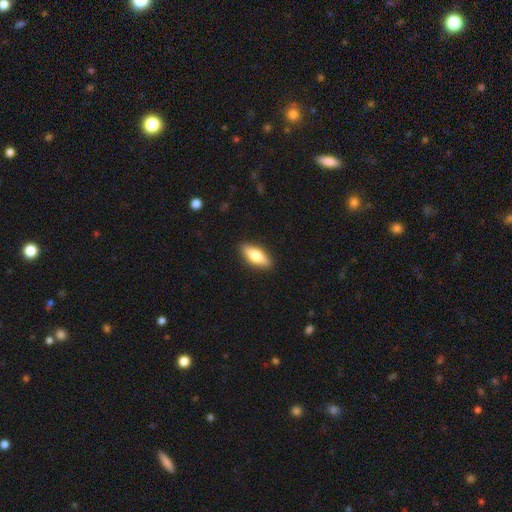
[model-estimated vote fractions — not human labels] Overall: smooth (68%). How rounded: in between (69%; cigar-shaped 29%). Merging: none (89%).